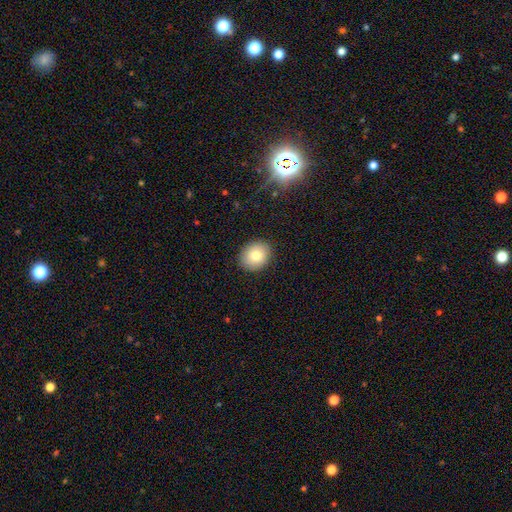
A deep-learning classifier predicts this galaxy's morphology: Smooth or featured? Predicted: smooth (p=0.81). How rounded? Predicted: round (p=0.59). Merging? Predicted: none (p=0.89).